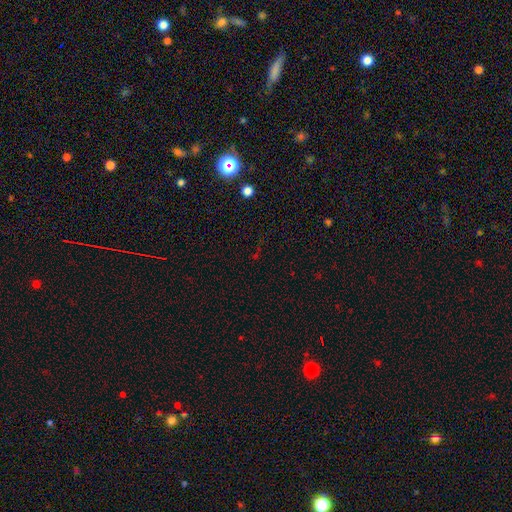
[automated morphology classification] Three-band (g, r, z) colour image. It shows a star or artifact, not a galaxy (67%).